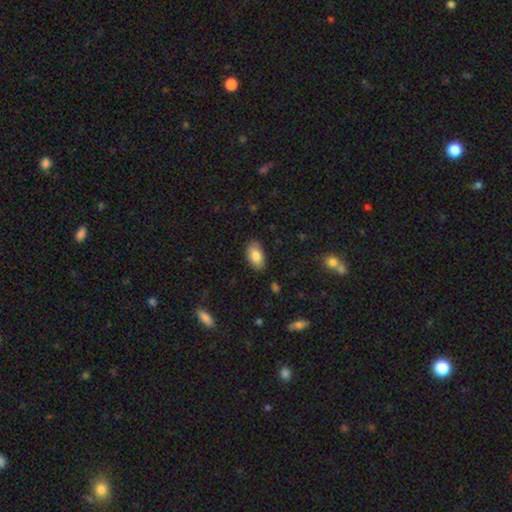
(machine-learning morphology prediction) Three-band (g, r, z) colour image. It shows a smooth galaxy with no disk features (84%) that is in between round and cigar-shaped (94%). Merging: none (85%).